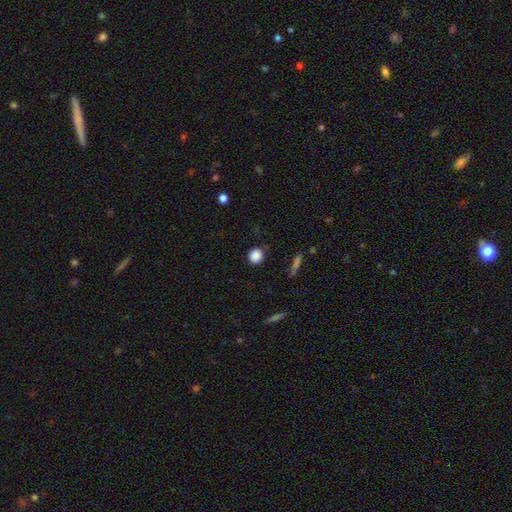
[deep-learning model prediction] Smooth or featured? Predicted: smooth (p=0.87). How rounded? Predicted: round (p=0.88). Merging? Predicted: none (p=0.88).